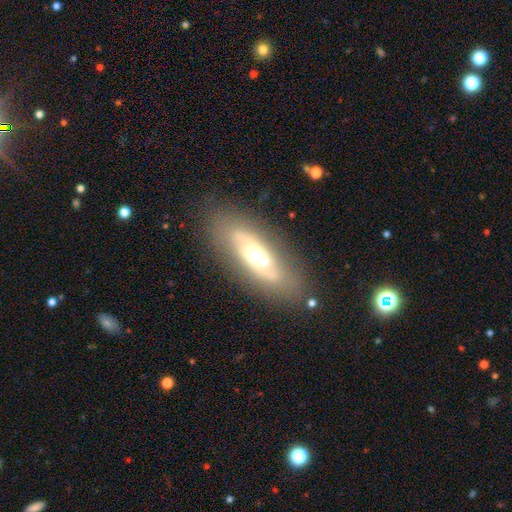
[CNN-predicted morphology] Smooth or featured? Predicted: featured or disk (p=0.60). Edge-on disk? Predicted: no (p=0.79). Merging? Predicted: none (p=0.76).